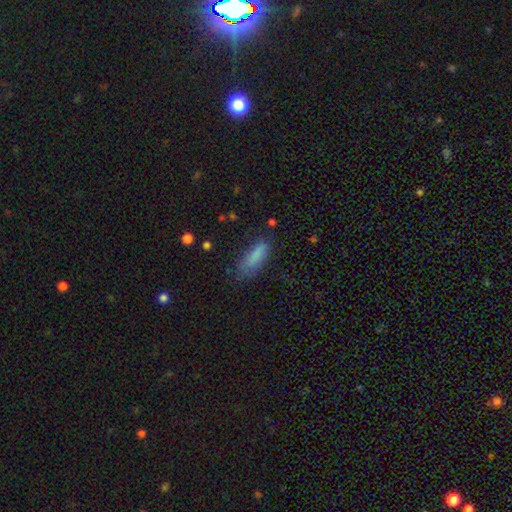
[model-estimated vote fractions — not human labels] The model was most divided on "how rounded": cigar-shaped: 50%, in between: 48%, round: 2%. More confident: smooth or featured — smooth (83%); merging — none (63%).